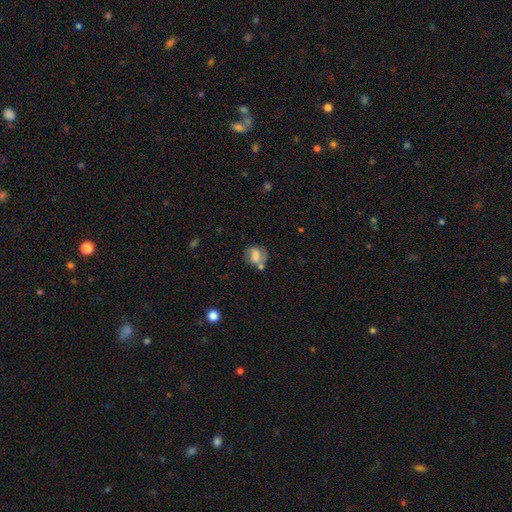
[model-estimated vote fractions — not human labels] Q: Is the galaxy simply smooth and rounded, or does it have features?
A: smooth — 58%.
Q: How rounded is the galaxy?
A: round — 53%.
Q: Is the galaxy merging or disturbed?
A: none — 50%.